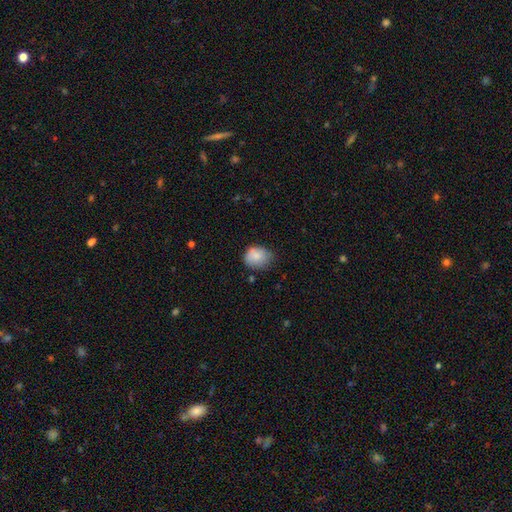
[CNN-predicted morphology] Smooth or featured? smooth (83%)
How rounded? round (51%)
Merging? none (57%)